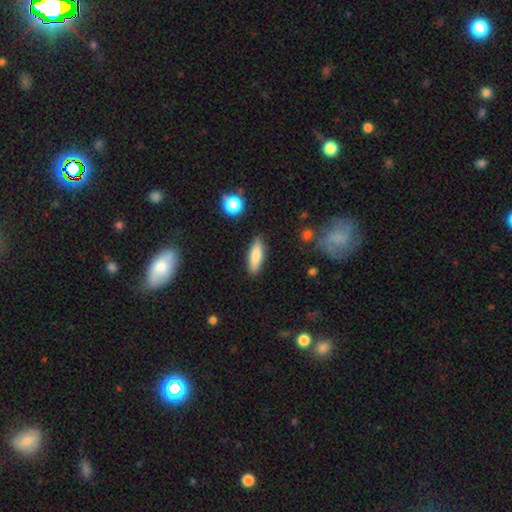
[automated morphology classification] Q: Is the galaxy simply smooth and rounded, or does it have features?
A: smooth — 81%.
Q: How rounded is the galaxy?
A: cigar-shaped — 49%, tied with in between.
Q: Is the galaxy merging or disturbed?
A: none — 87%.